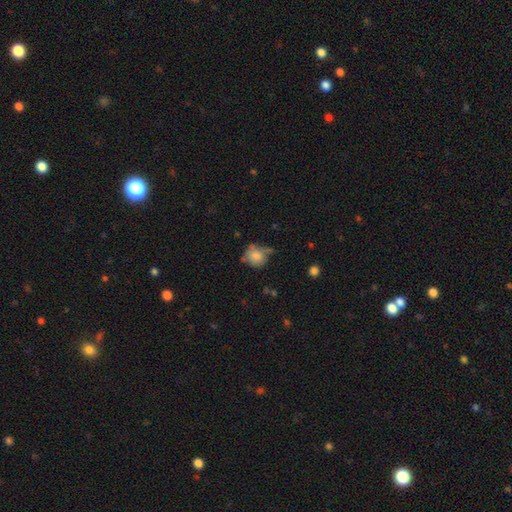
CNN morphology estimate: smooth_or_featured: smooth (p=0.78) [alt: featured or disk p=0.14]
how_rounded: round (p=0.84) [alt: in between p=0.15]
merging: none (p=0.55) [alt: minor disturbance p=0.27]